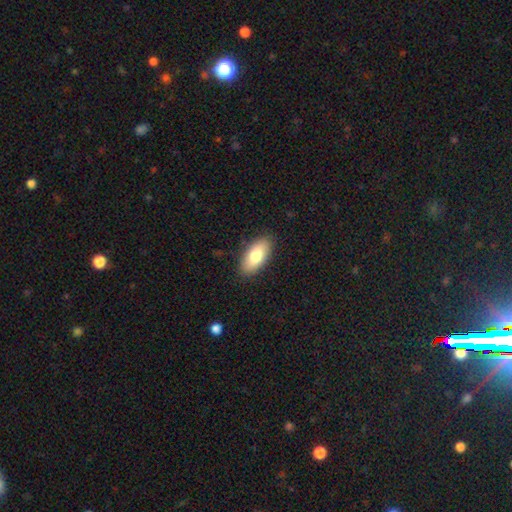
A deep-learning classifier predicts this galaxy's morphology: type=smooth (79%); roundness=in between (90%); merging=none (87%).